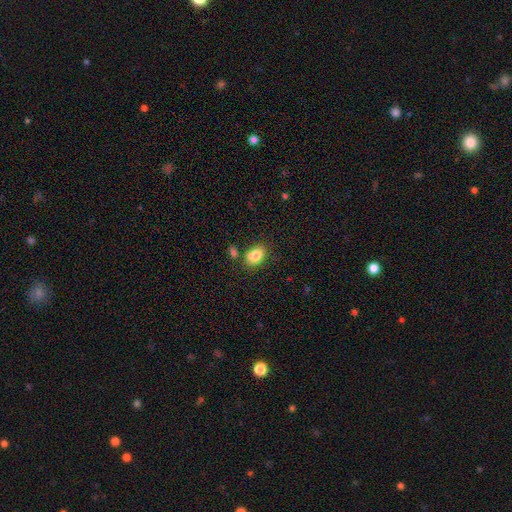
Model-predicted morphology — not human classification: Smooth or featured: smooth — 81% (featured or disk — 10%)
How rounded: in between — 75% (round — 23%)
Merging: none — 59% (merger — 19%)